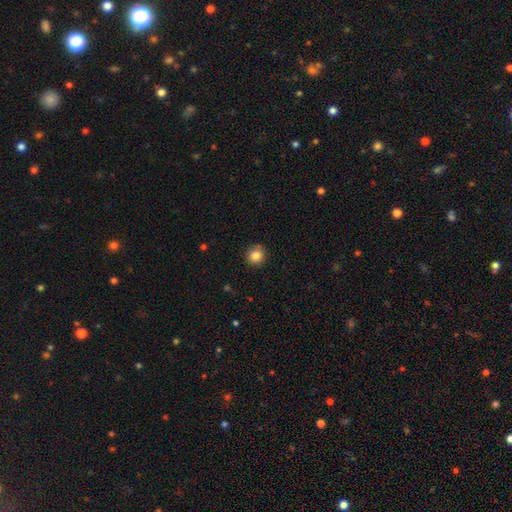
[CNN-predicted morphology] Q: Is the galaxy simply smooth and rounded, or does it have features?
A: smooth — 84%.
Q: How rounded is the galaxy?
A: round — 93%.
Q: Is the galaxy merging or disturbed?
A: none — 88%.